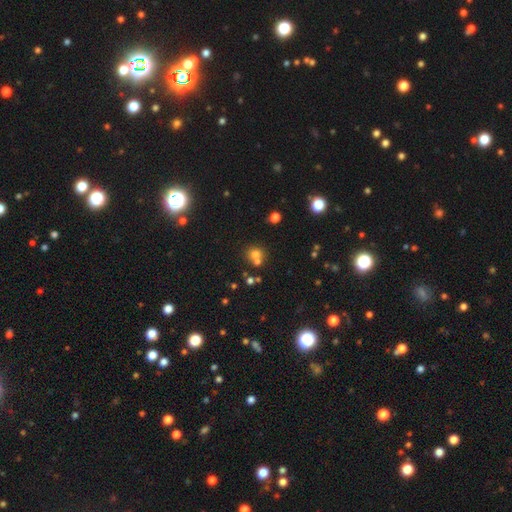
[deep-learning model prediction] Morphology: type=smooth (66%); roundness=round (85%); merging=none (53%).